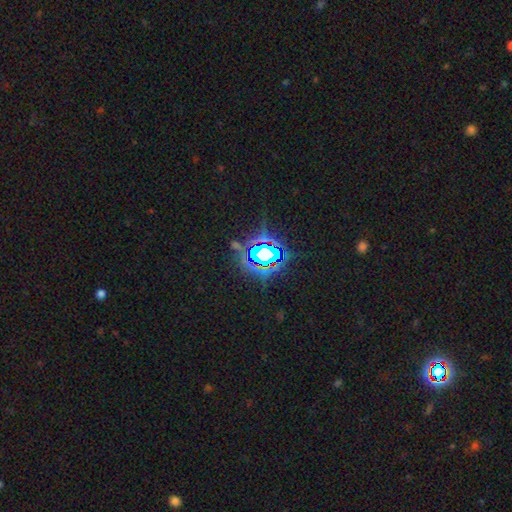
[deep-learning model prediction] A star or artifact, not a galaxy (77%).